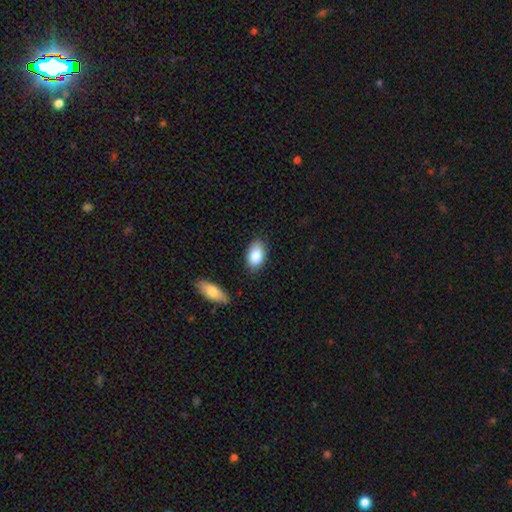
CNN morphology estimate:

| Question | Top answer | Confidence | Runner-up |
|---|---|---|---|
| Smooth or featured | smooth | 84% | featured or disk (9%) |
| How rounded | in between | 90% | round (8%) |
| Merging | none | 79% | minor disturbance (14%) |